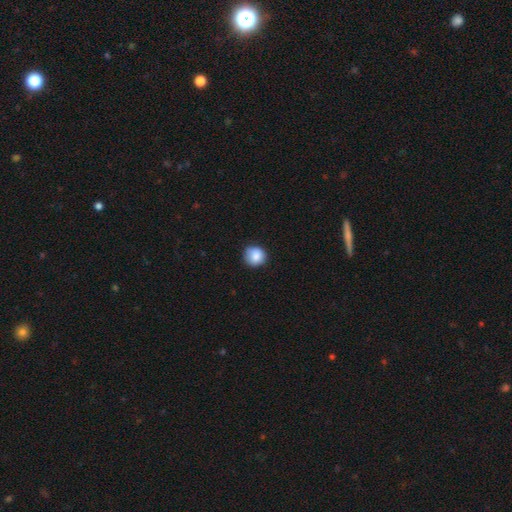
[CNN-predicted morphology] The model was most divided on "merging": none: 81%, minor disturbance: 15%, major disturbance: 3%, merger: 1%. More confident: how rounded — round (90%); smooth or featured — smooth (87%).